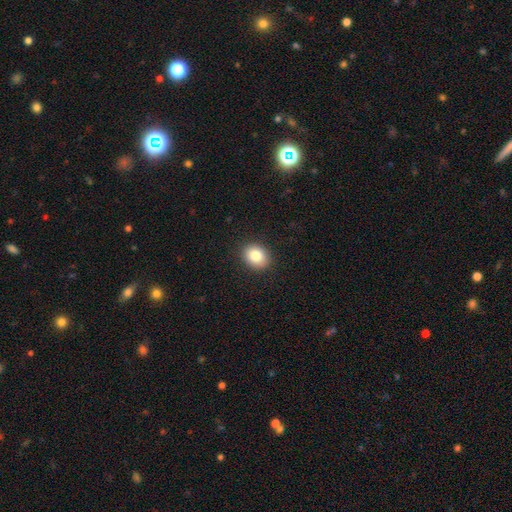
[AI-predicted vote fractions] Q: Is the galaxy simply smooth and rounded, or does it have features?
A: smooth — 84%.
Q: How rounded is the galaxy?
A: round — 59%.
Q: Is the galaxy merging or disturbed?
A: none — 90%.